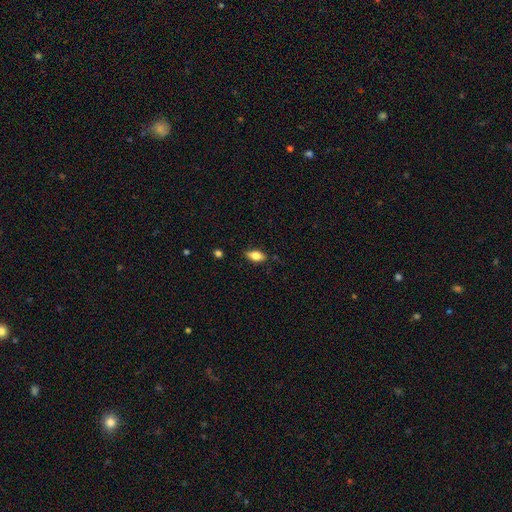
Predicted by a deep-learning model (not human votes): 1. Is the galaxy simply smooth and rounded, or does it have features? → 75% smooth, 18% featured or disk, 8% star or artifact.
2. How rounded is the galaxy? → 86% in between, 10% cigar-shaped, 4% round.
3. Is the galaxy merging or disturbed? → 83% none, 13% minor disturbance, 2% major disturbance, 1% merger.